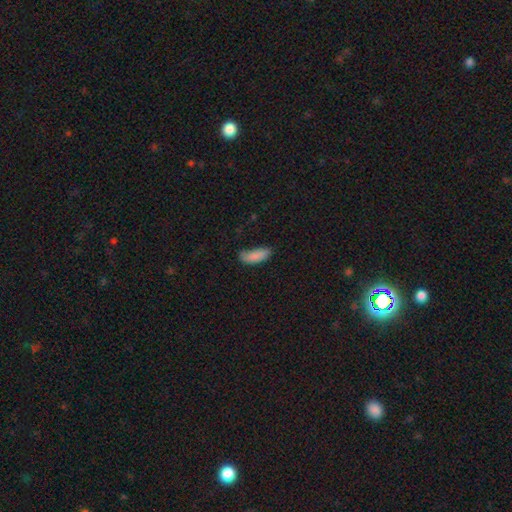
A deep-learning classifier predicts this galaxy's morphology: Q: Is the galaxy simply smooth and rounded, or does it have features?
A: smooth — 85%.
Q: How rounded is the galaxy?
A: in between — 72%.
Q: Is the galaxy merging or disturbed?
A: none — 61%.